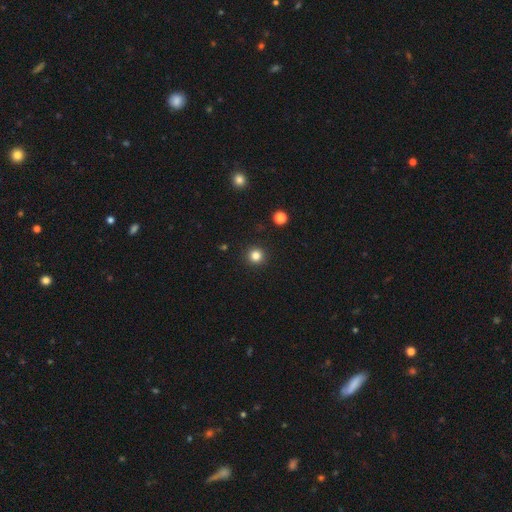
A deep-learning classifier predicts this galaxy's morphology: smooth-or-featured: smooth: 83% | star or artifact: 13% | featured or disk: 5%
  how-rounded: round: 95% | in between: 4% | cigar-shaped: 1%
  merging: none: 93% | minor disturbance: 4% | major disturbance: 2% | merger: 1%